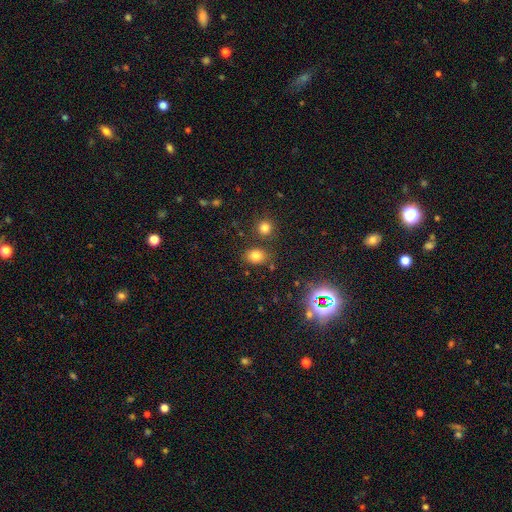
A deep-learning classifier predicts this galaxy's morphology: smooth_or_featured: smooth (p=0.77) [alt: star or artifact p=0.16]
how_rounded: round (p=0.50) [alt: in between p=0.48]
merging: none (p=0.78) [alt: minor disturbance p=0.11]